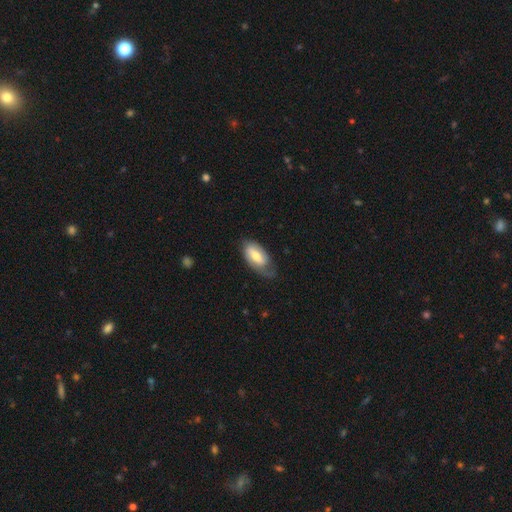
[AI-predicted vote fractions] A smooth galaxy with no disk features (52%) that is in between round and cigar-shaped (92%).

Vote fractions:
- Smooth or featured? smooth: 52% / featured or disk: 43% / star or artifact: 6%
- How rounded? in between: 92% / cigar-shaped: 5% / round: 3%
- Merging? none: 49% / minor disturbance: 34% / major disturbance: 16% / merger: 2%